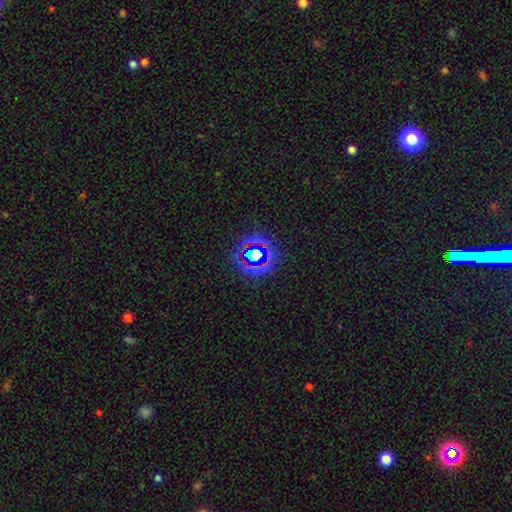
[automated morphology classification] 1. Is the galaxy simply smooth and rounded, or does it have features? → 69% star or artifact, 19% smooth, 11% featured or disk.